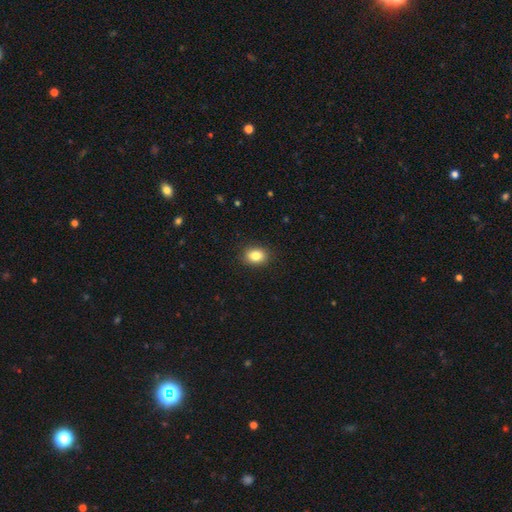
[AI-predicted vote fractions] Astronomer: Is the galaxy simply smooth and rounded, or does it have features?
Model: smooth — 85%.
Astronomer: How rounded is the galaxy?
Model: in between — 65%.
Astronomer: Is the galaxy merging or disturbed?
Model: none — 90%.